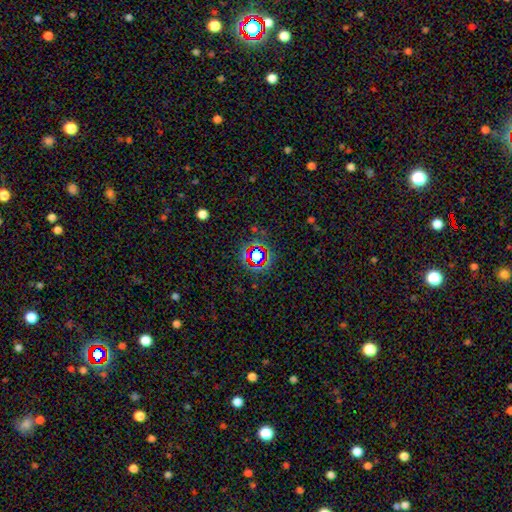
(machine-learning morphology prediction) type=star or artifact (59%).